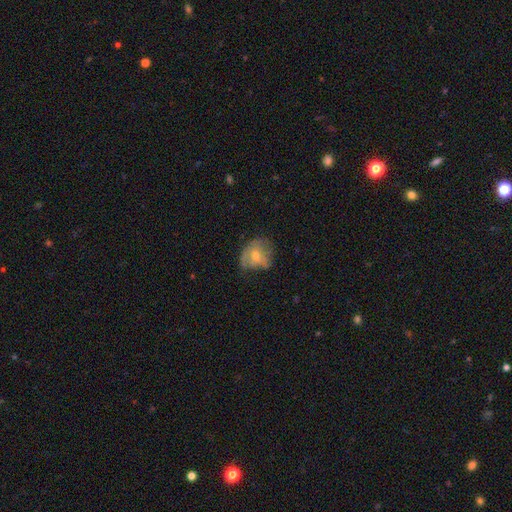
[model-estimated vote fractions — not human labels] The model was most divided on "smooth or featured": smooth: 47%, featured or disk: 42%, star or artifact: 10%. Remaining: merging — none (46%).